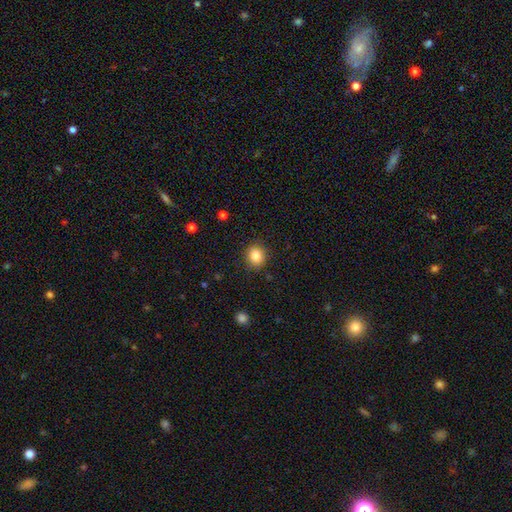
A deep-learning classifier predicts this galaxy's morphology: Smooth or featured? Predicted: smooth (p=0.84). How rounded? Predicted: round (p=0.77). Merging? Predicted: none (p=0.88).